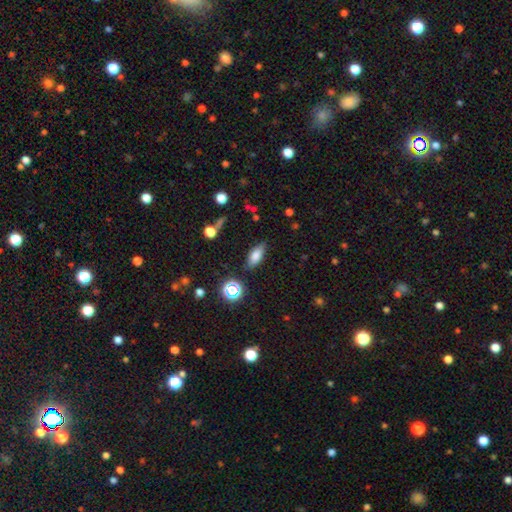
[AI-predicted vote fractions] This appears to be a smooth galaxy with no disk features (76%) that is in between round and cigar-shaped (79%). Merging: none (81%).